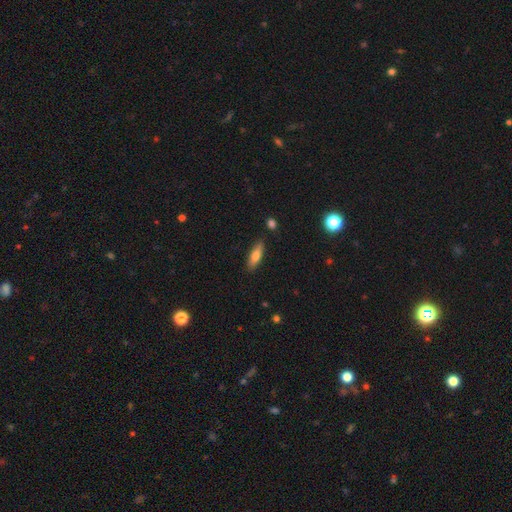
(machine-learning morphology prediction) This is likely a smooth galaxy (75%). How rounded: possibly in between (53%). Merging: clearly none (85%).